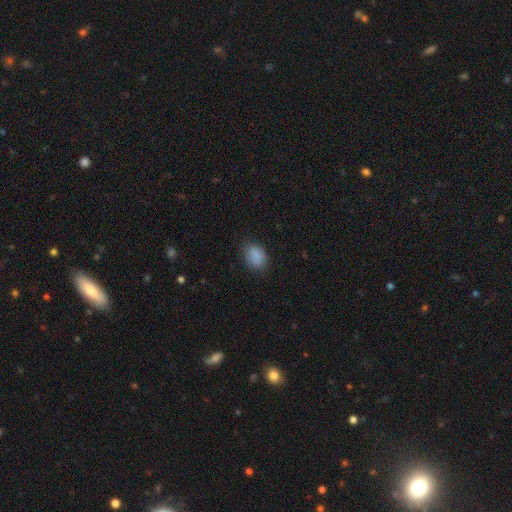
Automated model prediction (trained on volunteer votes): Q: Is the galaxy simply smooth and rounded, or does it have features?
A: smooth — 88%.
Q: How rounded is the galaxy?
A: in between — 75%.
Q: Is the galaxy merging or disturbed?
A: none — 79%.